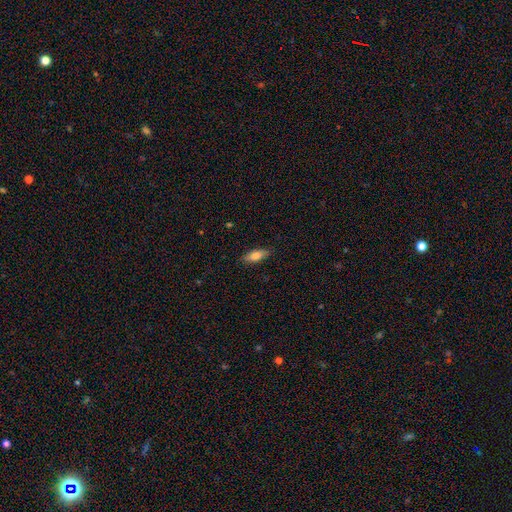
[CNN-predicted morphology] Smooth or featured? smooth (74%)
How rounded? in between (69%)
Merging? none (87%)